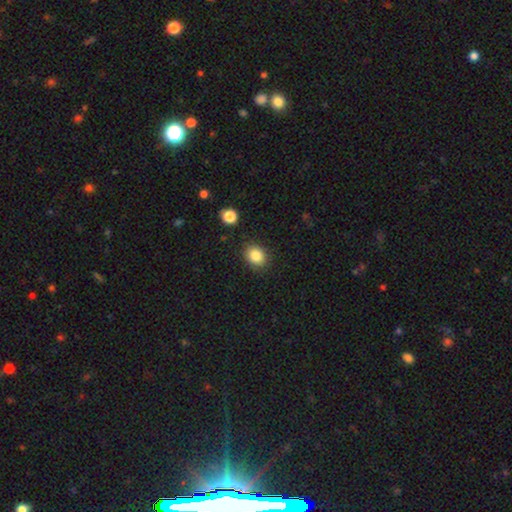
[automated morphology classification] Smooth or featured?
  - smooth: 85% *
  - star or artifact: 10%
  - featured or disk: 5%
How rounded?
  - round: 51% *
  - in between: 48%
  - cigar-shaped: 1%
Merging?
  - none: 86% *
  - minor disturbance: 9%
  - major disturbance: 3%
  - merger: 2%